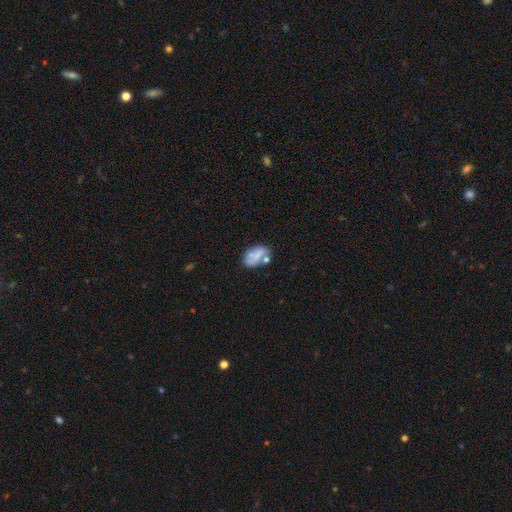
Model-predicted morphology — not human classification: smooth_or_featured: smooth (p=0.62) [alt: featured or disk p=0.29]
how_rounded: in between (p=0.90) [alt: round p=0.08]
merging: none (p=0.51) [alt: minor disturbance p=0.22]